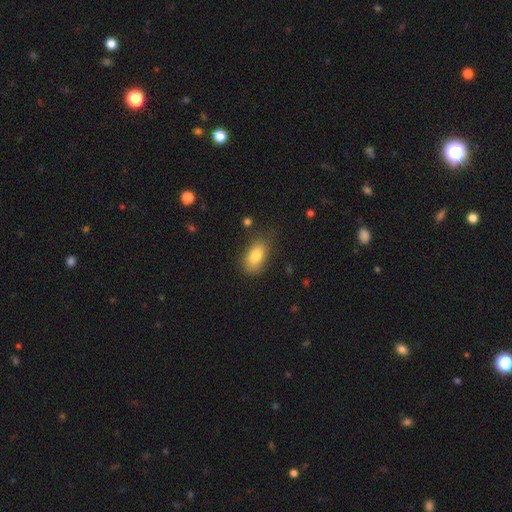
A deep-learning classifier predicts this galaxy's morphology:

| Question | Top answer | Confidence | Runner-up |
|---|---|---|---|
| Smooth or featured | smooth | 81% | featured or disk (11%) |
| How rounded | in between | 89% | round (8%) |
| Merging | none | 73% | minor disturbance (19%) |